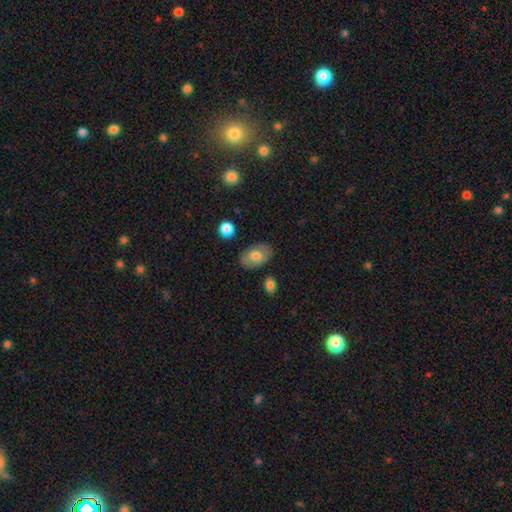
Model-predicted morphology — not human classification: Smooth or featured? Predicted: smooth (p=0.68). How rounded? Predicted: in between (p=0.89). Merging? Predicted: none (p=0.82).